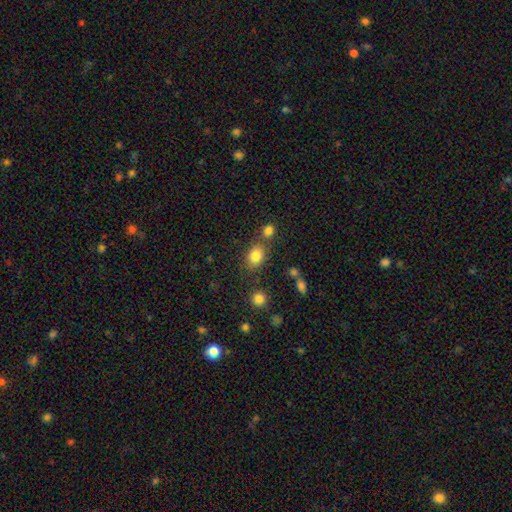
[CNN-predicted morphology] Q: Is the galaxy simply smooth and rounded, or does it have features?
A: smooth — 82%.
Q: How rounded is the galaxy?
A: in between — 66%.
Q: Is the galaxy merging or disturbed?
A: none — 67%.